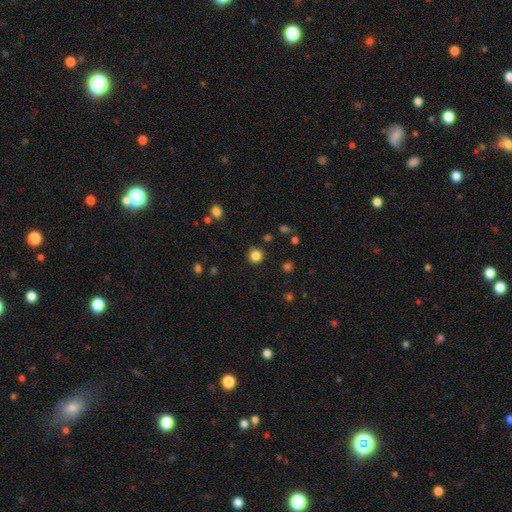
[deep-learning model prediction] Morphology: type=smooth (83%); roundness=round (92%); merging=none (87%).